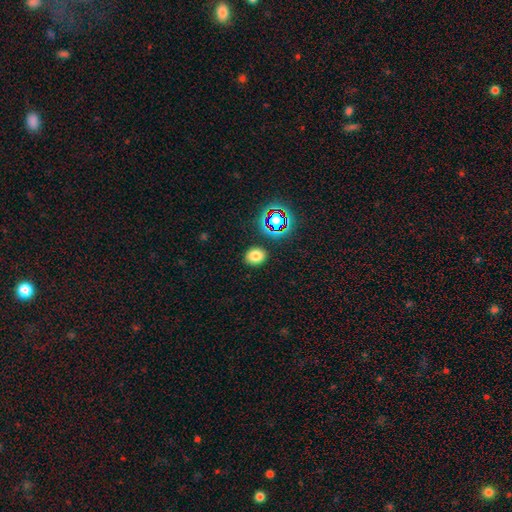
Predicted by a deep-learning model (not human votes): Smooth or featured?
  - smooth: 75% *
  - star or artifact: 17%
  - featured or disk: 7%
How rounded?
  - round: 59% *
  - in between: 40%
  - cigar-shaped: 1%
Merging?
  - none: 87% *
  - minor disturbance: 8%
  - major disturbance: 2%
  - merger: 2%